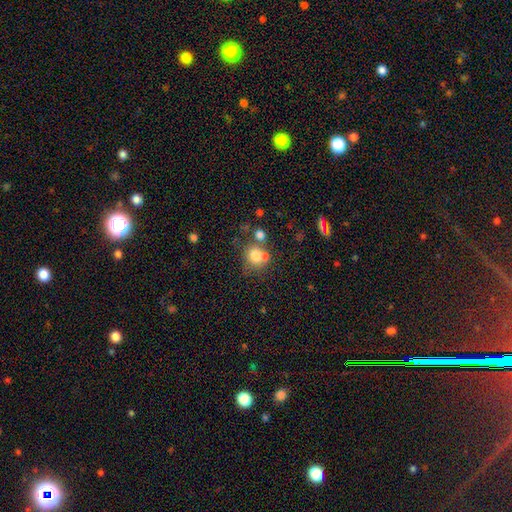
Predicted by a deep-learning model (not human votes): smooth_or_featured: smooth (p=0.76) [alt: featured or disk p=0.12]
how_rounded: round (p=0.82) [alt: in between p=0.17]
merging: none (p=0.46) [alt: merger p=0.36]